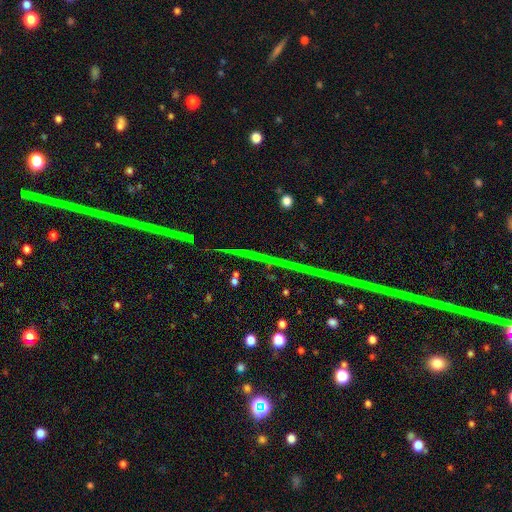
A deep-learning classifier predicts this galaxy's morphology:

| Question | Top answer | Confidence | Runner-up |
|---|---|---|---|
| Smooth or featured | star or artifact | 72% | featured or disk (16%) |